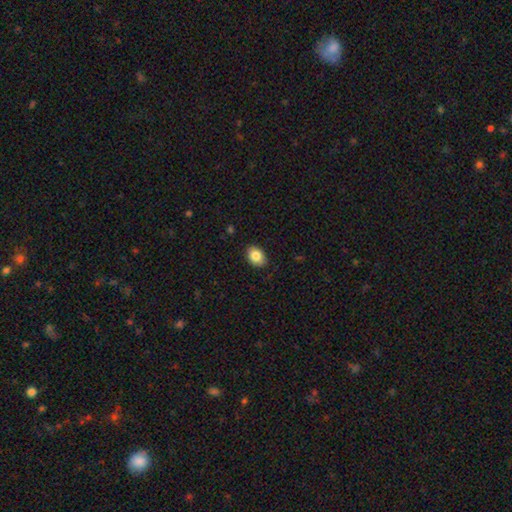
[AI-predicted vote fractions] Q: Smooth or featured?
A: smooth (84%); runner-up: featured or disk (8%)
Q: How rounded?
A: in between (79%); runner-up: round (20%)
Q: Merging?
A: none (86%); runner-up: minor disturbance (11%)